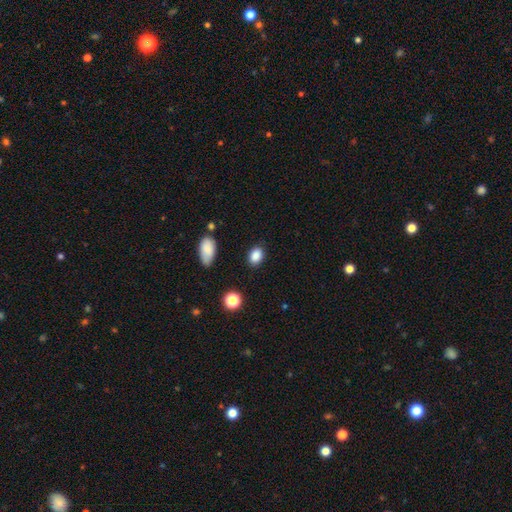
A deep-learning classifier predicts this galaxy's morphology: A smooth galaxy with no disk features (87%) that is in between round and cigar-shaped (75%).

Vote fractions:
- Smooth or featured? smooth: 87% / star or artifact: 9% / featured or disk: 4%
- How rounded? in between: 75% / round: 24% / cigar-shaped: 1%
- Merging? none: 84% / minor disturbance: 11% / major disturbance: 3% / merger: 2%